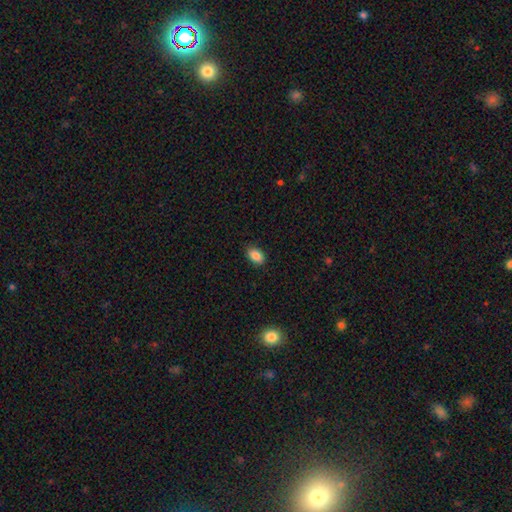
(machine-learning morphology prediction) A smooth galaxy with no disk features (87%) that is in between round and cigar-shaped (87%).

Vote fractions:
- Smooth or featured? smooth: 87% / star or artifact: 8% / featured or disk: 5%
- How rounded? in between: 87% / round: 11% / cigar-shaped: 1%
- Merging? none: 88% / minor disturbance: 9% / major disturbance: 2% / merger: 1%